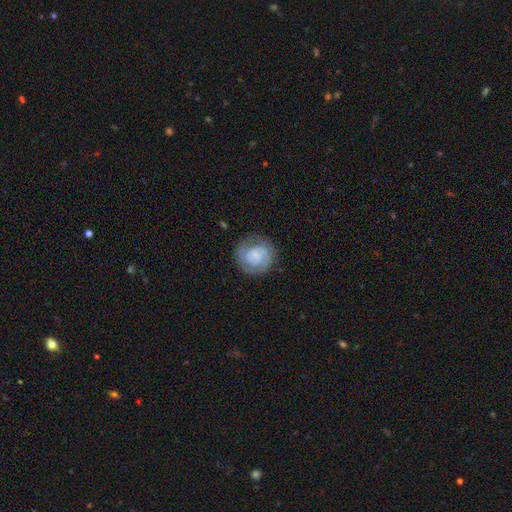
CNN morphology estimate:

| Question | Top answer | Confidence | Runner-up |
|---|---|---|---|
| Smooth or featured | featured or disk | 68% | smooth (25%) |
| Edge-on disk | no | 98% | yes (2%) |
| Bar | no | 66% | weak (28%) |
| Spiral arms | yes | 92% | no (8%) |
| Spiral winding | tight | 65% | medium (28%) |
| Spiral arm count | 2 | 64% | can't tell (16%) |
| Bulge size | small | 39% | none (36%) |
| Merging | none | 78% | minor disturbance (14%) |